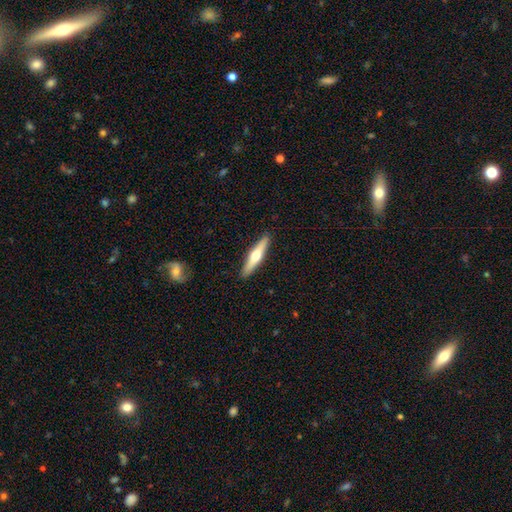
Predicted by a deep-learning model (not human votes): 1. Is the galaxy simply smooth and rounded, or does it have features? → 54% featured or disk, 41% smooth, 5% star or artifact.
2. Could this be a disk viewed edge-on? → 95% yes, 5% no.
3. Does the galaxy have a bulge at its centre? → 94% rounded, 4% none, 2% boxy.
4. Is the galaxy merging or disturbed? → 91% none, 6% minor disturbance, 1% major disturbance, 1% merger.